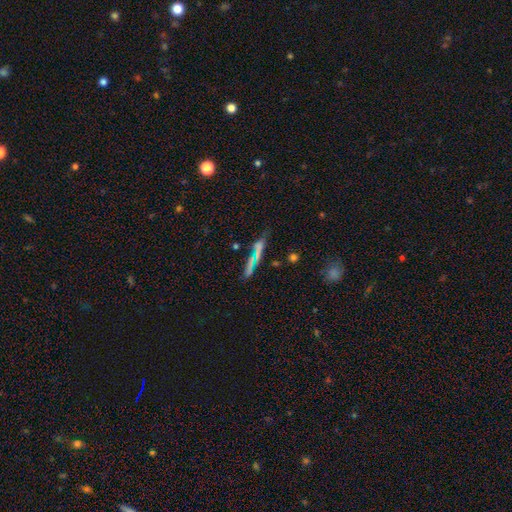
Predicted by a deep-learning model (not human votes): Q: Smooth or featured?
A: smooth (47%); runner-up: featured or disk (32%)
Q: Merging?
A: none (72%); runner-up: minor disturbance (14%)